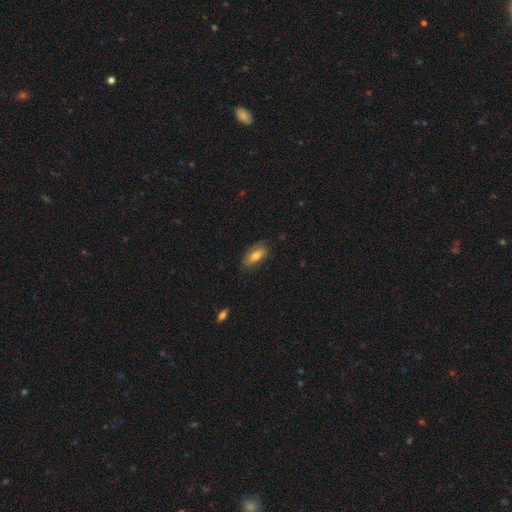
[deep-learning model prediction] Smooth or featured: smooth — 66% (featured or disk — 27%)
How rounded: in between — 83% (cigar-shaped — 14%)
Merging: none — 76% (minor disturbance — 19%)